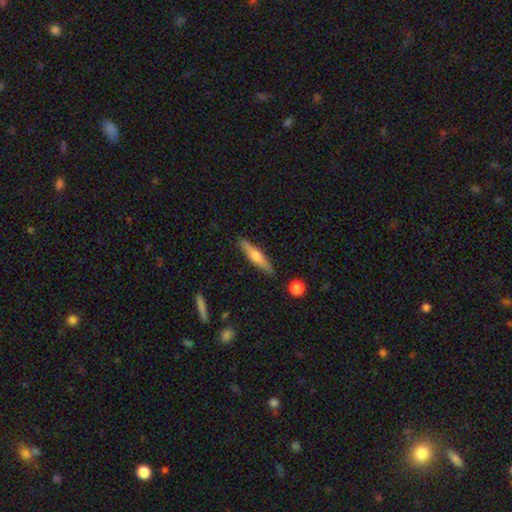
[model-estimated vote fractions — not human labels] Smooth or featured?
  - smooth: 53% *
  - featured or disk: 41%
  - star or artifact: 6%
How rounded?
  - cigar-shaped: 82% *
  - in between: 16%
  - round: 2%
Merging?
  - none: 88% *
  - minor disturbance: 9%
  - merger: 2%
  - major disturbance: 2%